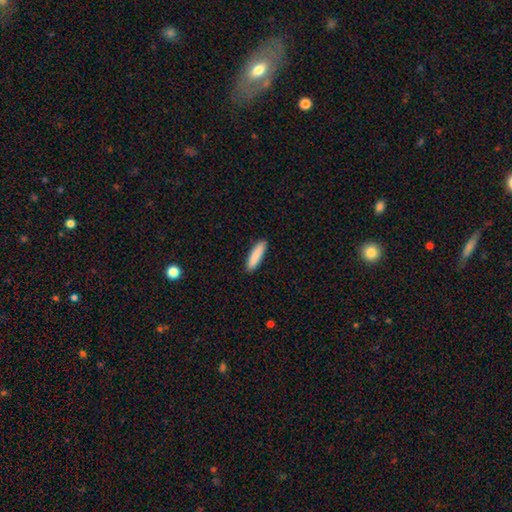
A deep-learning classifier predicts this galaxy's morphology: The model was most divided on "how rounded": cigar-shaped: 75%, in between: 24%, round: 1%. More confident: merging — none (91%); smooth or featured — smooth (88%).